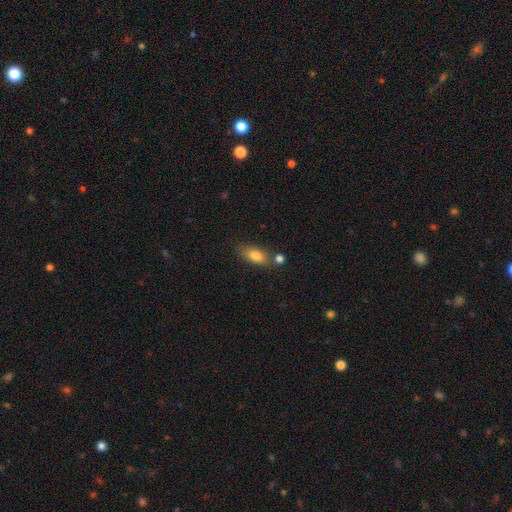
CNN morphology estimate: smooth-or-featured: smooth: 80% | featured or disk: 12% | star or artifact: 8%
  how-rounded: in between: 81% | cigar-shaped: 15% | round: 5%
  merging: none: 68% | minor disturbance: 15% | merger: 13% | major disturbance: 4%